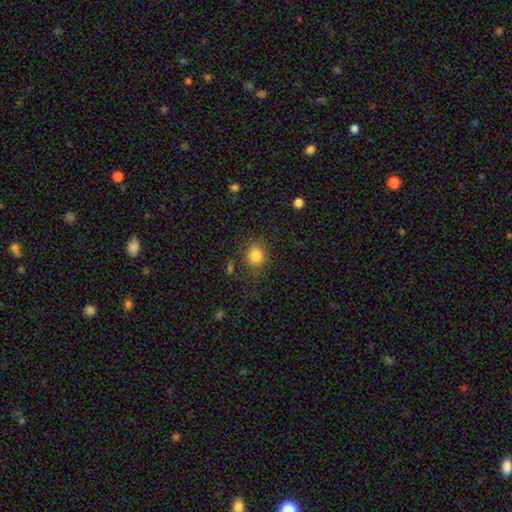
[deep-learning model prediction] smooth-or-featured: smooth: 82% | star or artifact: 11% | featured or disk: 6%
  how-rounded: round: 76% | in between: 23% | cigar-shaped: 1%
  merging: none: 80% | minor disturbance: 13% | major disturbance: 5% | merger: 3%